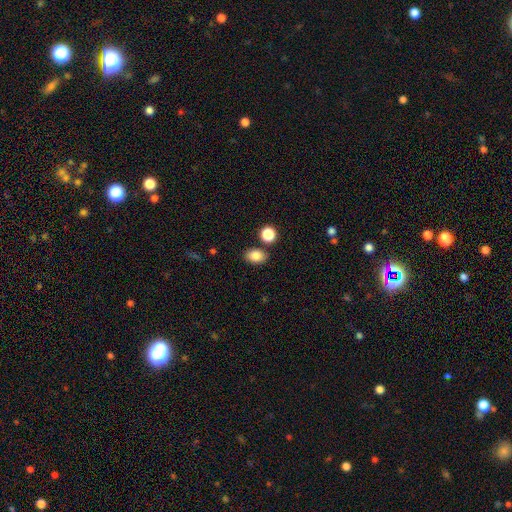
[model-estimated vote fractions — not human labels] Smooth or featured? Predicted: smooth (p=0.83). How rounded? Predicted: in between (p=0.74). Merging? Predicted: none (p=0.80).